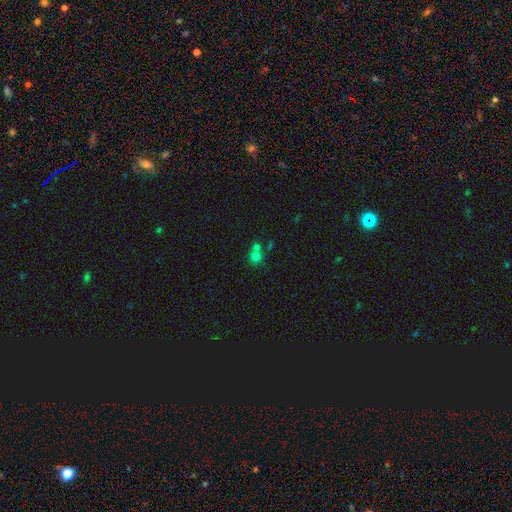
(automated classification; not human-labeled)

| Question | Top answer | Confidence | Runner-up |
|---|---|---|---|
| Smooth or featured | smooth | 71% | star or artifact (17%) |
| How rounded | round | 86% | in between (13%) |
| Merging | merger | 45% | tied: none (45%) |